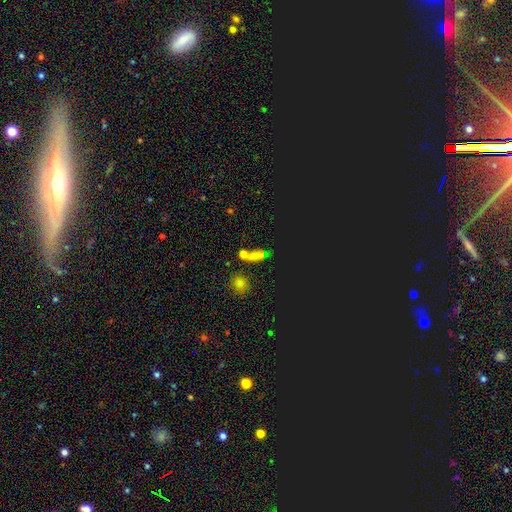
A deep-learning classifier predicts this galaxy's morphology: Q: Smooth or featured?
A: smooth (49%); runner-up: star or artifact (40%)
Q: Merging?
A: none (48%); runner-up: merger (27%)